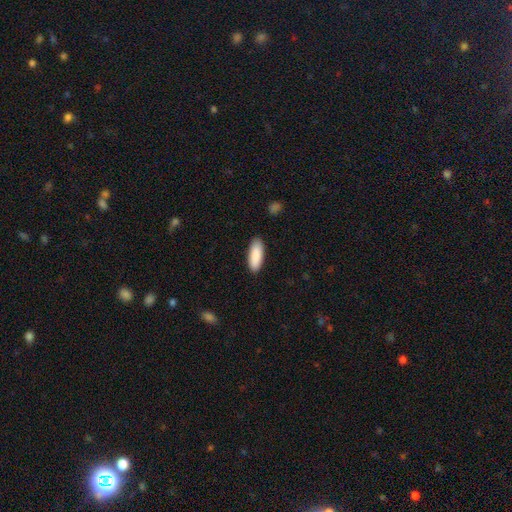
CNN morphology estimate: This appears to be a smooth galaxy with no disk features (90%) that is in between round and cigar-shaped (65%). Merging: none (89%).